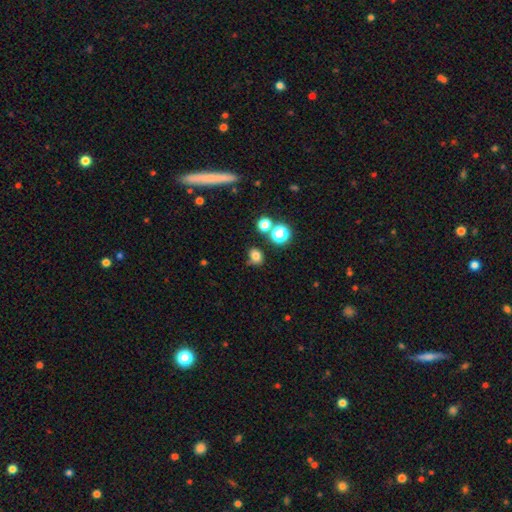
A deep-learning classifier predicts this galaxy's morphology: Smooth or featured? Predicted: smooth (p=0.77). How rounded? Predicted: round (p=0.53). Merging? Predicted: none (p=0.71).